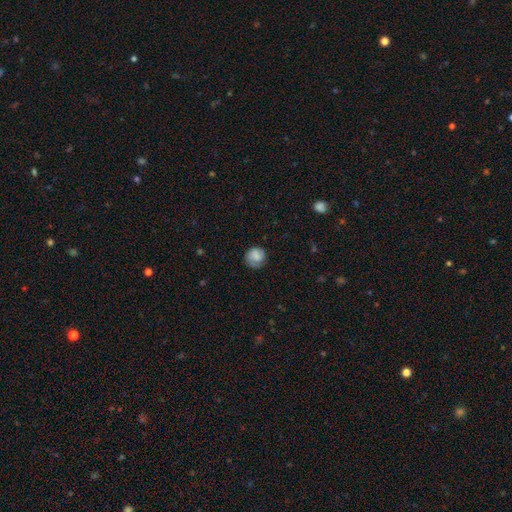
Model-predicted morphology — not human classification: A smooth galaxy with no disk features (70%) that is round (85%).

Vote fractions:
- Smooth or featured? smooth: 70% / featured or disk: 21% / star or artifact: 8%
- How rounded? round: 85% / in between: 14% / cigar-shaped: 1%
- Merging? none: 69% / minor disturbance: 21% / major disturbance: 9% / merger: 1%